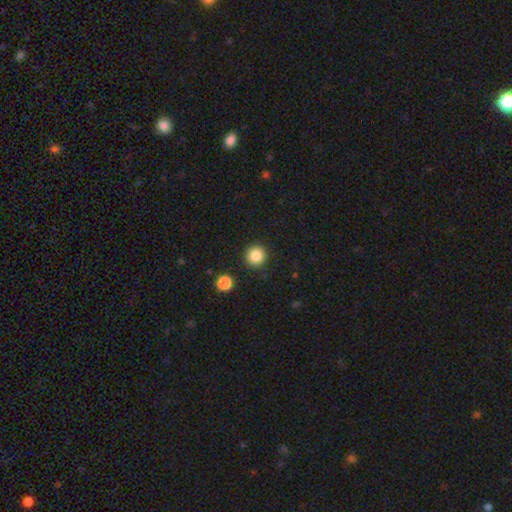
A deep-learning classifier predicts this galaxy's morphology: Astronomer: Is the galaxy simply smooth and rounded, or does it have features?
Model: smooth — 85%.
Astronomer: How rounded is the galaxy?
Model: round — 95%.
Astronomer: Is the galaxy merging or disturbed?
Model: none — 90%.